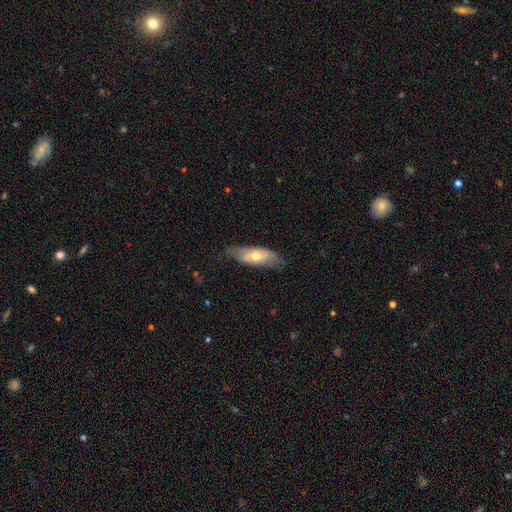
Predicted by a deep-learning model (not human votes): Q: Smooth or featured?
A: smooth (50%); runner-up: featured or disk (44%)
Q: How rounded?
A: in between (73%); runner-up: cigar-shaped (24%)
Q: Merging?
A: none (66%); runner-up: minor disturbance (26%)